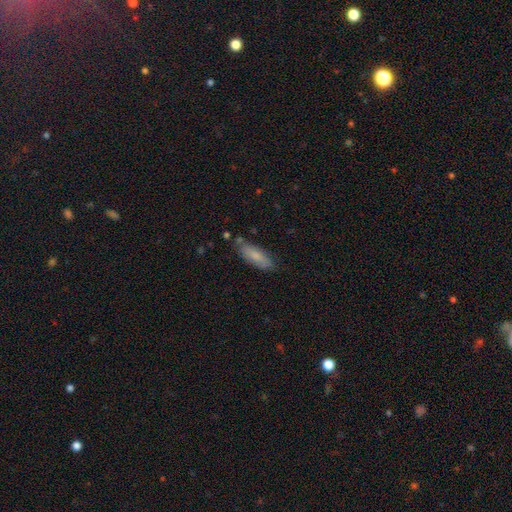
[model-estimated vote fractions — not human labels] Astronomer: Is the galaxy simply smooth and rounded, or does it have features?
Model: smooth — 75%.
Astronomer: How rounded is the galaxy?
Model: in between — 60% (runner-up: cigar-shaped, 39%).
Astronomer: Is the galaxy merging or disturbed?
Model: none — 75%.